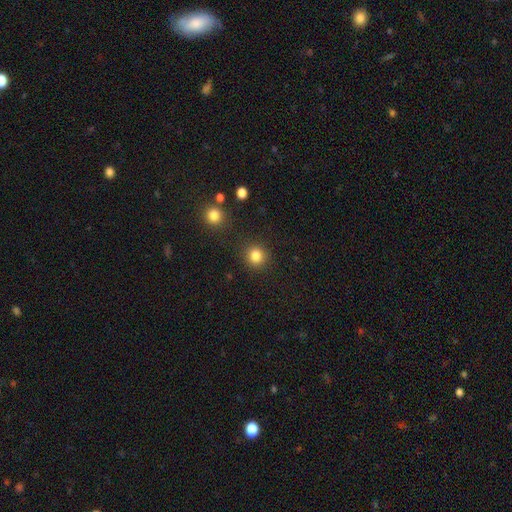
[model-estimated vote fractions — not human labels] The model was most divided on "smooth or featured": smooth: 84%, star or artifact: 12%, featured or disk: 4%. More confident: how rounded — round (91%); merging — none (89%).